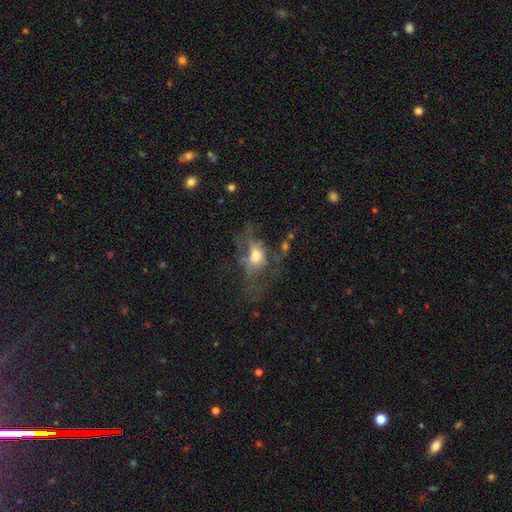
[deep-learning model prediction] The model was most divided on "smooth or featured": featured or disk: 47%, smooth: 39%, star or artifact: 14%. Remaining: merging — major disturbance (47%).